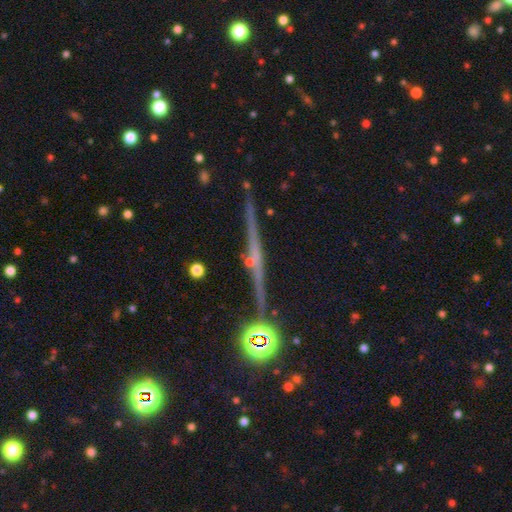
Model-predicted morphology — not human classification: This appears to be a featured or disk galaxy (64%) viewed edge-on (97%) with no central bulge (46%). Merging: none (87%).